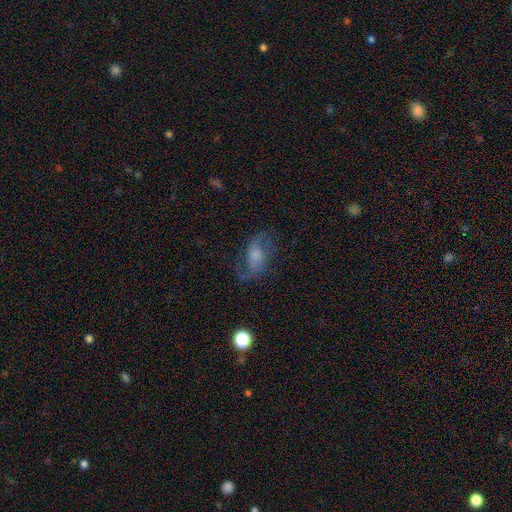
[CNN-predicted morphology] A featured or disk galaxy (64%) with no bar (54%), 2 (86%) loose (53%) spiral arms (87%) and a moderate central bulge (29%). Merging: none (60%).